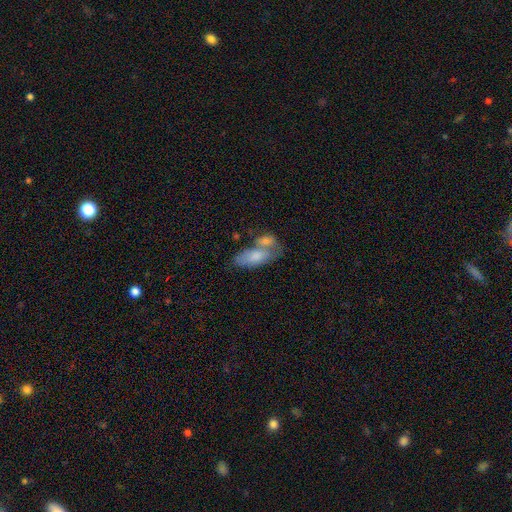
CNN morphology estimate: Smooth or featured?
  - smooth: 73% *
  - featured or disk: 21%
  - star or artifact: 6%
How rounded?
  - in between: 86% *
  - cigar-shaped: 11%
  - round: 3%
Merging?
  - merger: 53% *
  - none: 28%
  - minor disturbance: 12%
  - major disturbance: 6%